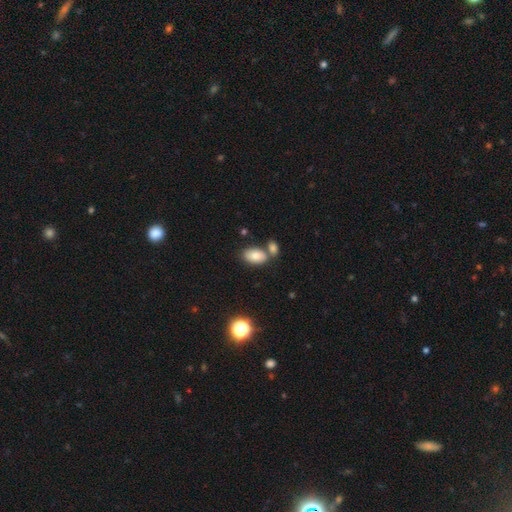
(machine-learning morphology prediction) Smooth or featured?
  - smooth: 81% *
  - featured or disk: 11%
  - star or artifact: 9%
How rounded?
  - in between: 92% *
  - round: 6%
  - cigar-shaped: 2%
Merging?
  - none: 58% *
  - merger: 28%
  - minor disturbance: 11%
  - major disturbance: 3%